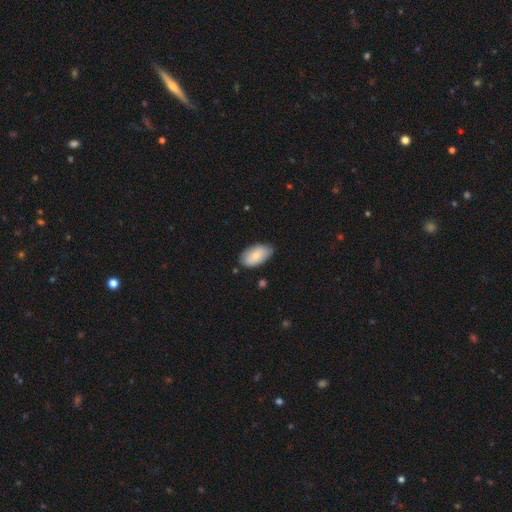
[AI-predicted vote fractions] A smooth galaxy with no disk features (75%) that is in between round and cigar-shaped (94%).

Vote fractions:
- Smooth or featured? smooth: 75% / featured or disk: 19% / star or artifact: 6%
- How rounded? in between: 94% / round: 4% / cigar-shaped: 2%
- Merging? none: 75% / minor disturbance: 20% / major disturbance: 3% / merger: 2%